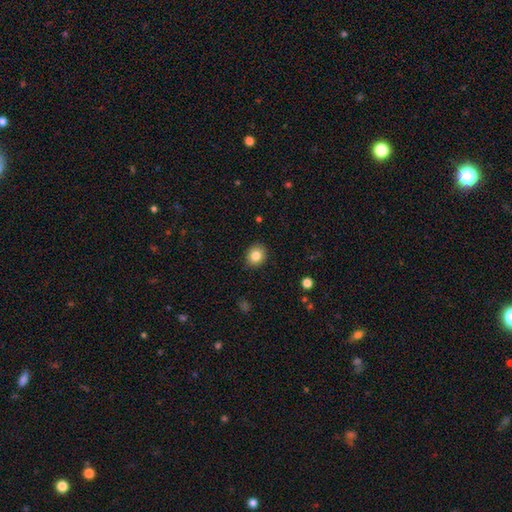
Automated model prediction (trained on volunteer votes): Smooth or featured?
  - smooth: 83% *
  - star or artifact: 10%
  - featured or disk: 7%
How rounded?
  - round: 73% *
  - in between: 26%
  - cigar-shaped: 1%
Merging?
  - none: 90% *
  - minor disturbance: 7%
  - major disturbance: 2%
  - merger: 1%